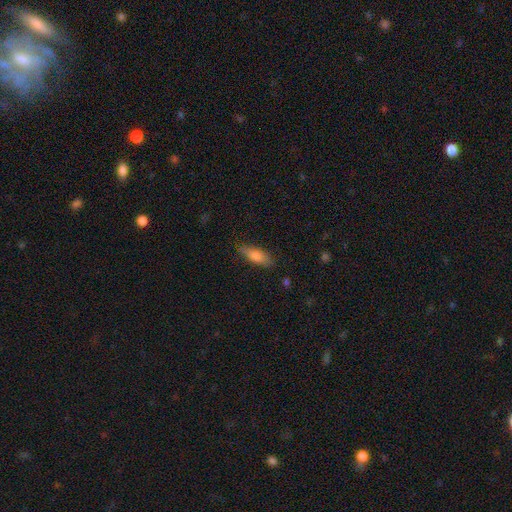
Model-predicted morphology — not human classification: Smooth or featured: smooth — 72% (featured or disk — 21%)
How rounded: in between — 57% (cigar-shaped — 41%)
Merging: none — 82% (minor disturbance — 14%)